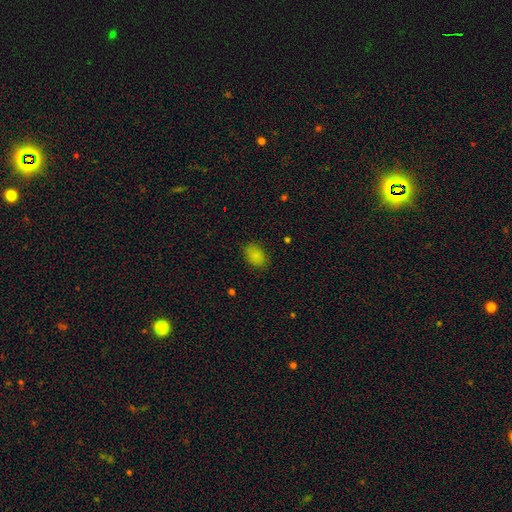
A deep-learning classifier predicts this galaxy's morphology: smooth 84%, star or artifact 11%, featured or disk 4%. Down the decision tree: how rounded — in between (82%); merging — none (82%).